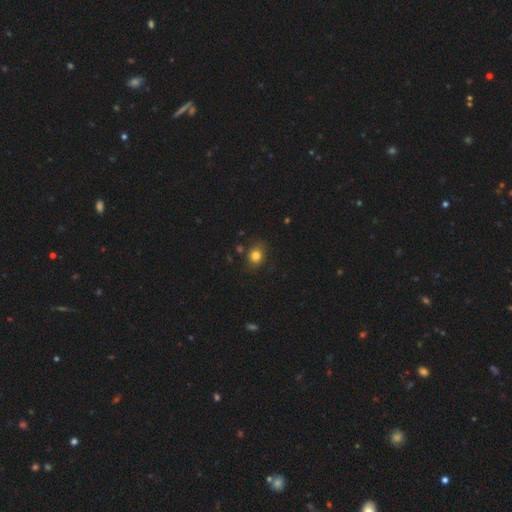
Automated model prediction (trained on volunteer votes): smooth-or-featured: smooth: 80% | star or artifact: 12% | featured or disk: 8%
  how-rounded: round: 63% | in between: 36% | cigar-shaped: 1%
  merging: none: 79% | minor disturbance: 15% | major disturbance: 4% | merger: 3%